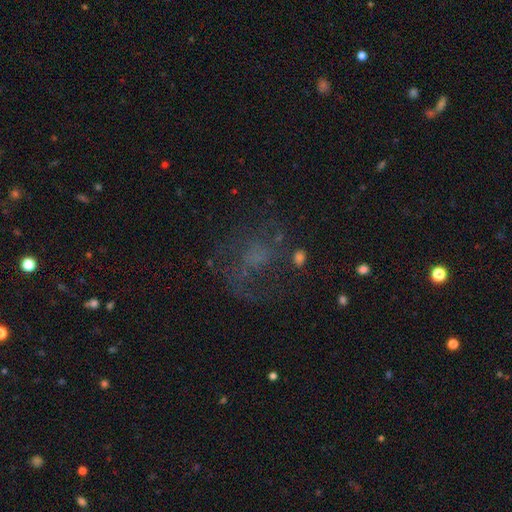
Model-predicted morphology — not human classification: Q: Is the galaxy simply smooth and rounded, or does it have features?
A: featured or disk — 53%.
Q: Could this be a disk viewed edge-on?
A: no — 97%.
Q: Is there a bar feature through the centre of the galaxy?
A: no — 73%.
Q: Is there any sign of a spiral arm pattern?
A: yes — 63%.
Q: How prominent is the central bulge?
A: none — 49%.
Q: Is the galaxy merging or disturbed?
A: none — 50%.